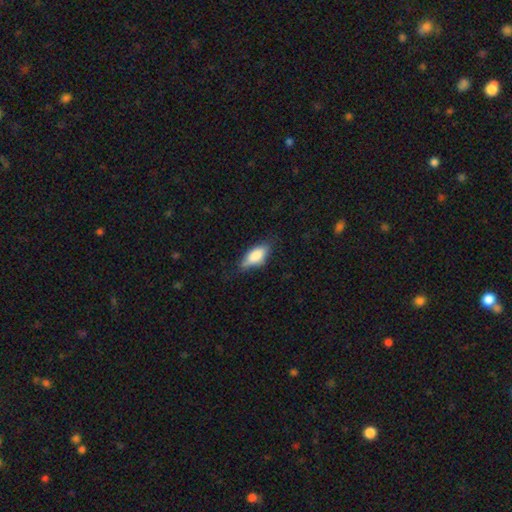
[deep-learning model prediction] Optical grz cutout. It shows a smooth galaxy with no disk features (77%) that is in between round and cigar-shaped (81%). Merging: none (65%).